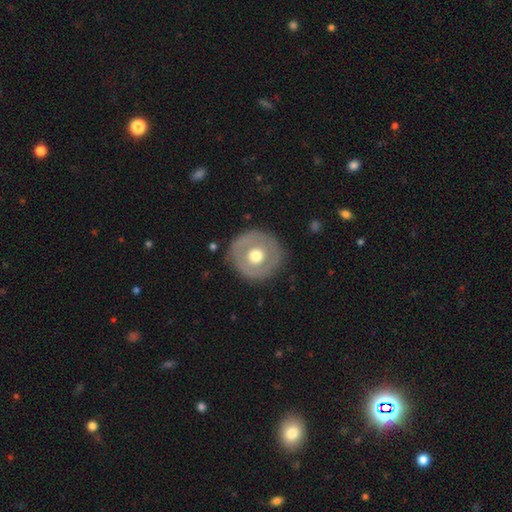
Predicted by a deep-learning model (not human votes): Overall: smooth (47%, tied with featured or disk). Merging: none (84%).